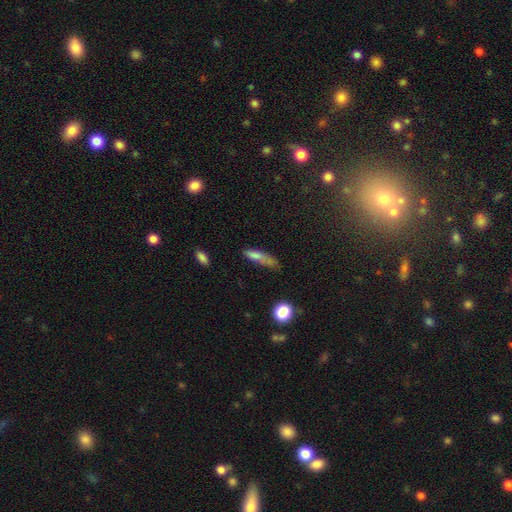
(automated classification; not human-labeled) Smooth or featured: smooth — 69% (featured or disk — 18%)
How rounded: cigar-shaped — 68% (in between — 29%)
Merging: none — 36% (minor disturbance — 32%)